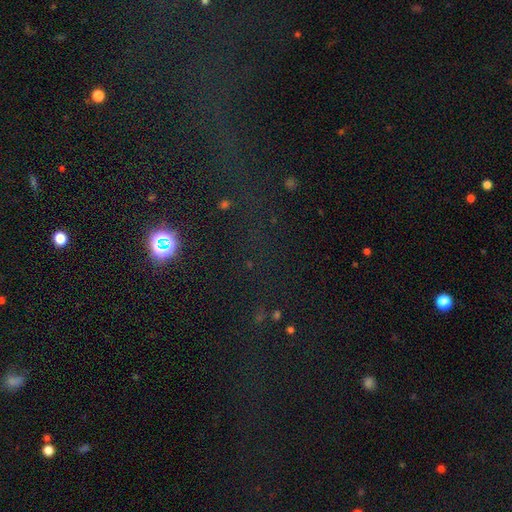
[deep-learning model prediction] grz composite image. It shows a star or artifact, not a galaxy (71%).